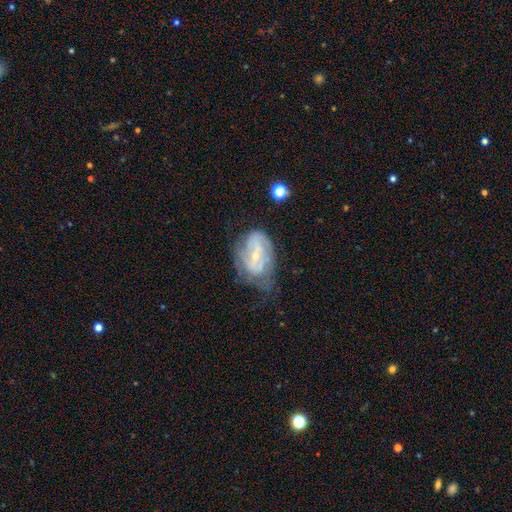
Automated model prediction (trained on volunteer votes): Smooth or featured? Predicted: featured or disk (p=0.70). Edge-on disk? Predicted: no (p=0.95). Bar? Predicted: weak (p=0.44). Spiral arms? Predicted: yes (p=0.74). Bulge size? Predicted: small (p=0.67). Merging? Predicted: none (p=0.40).